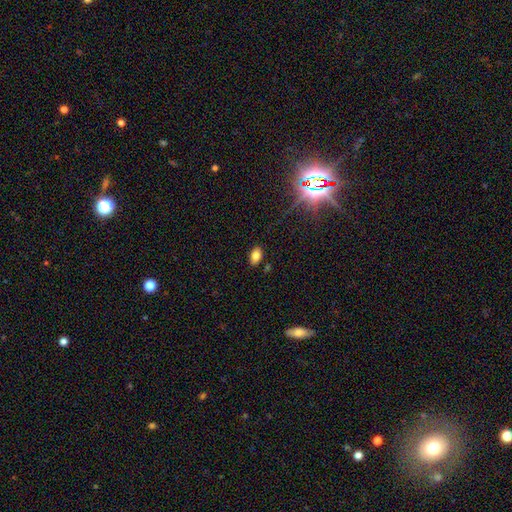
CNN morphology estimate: This appears to be a smooth galaxy with no disk features (80%) that is in between round and cigar-shaped (89%). Merging: none (85%).